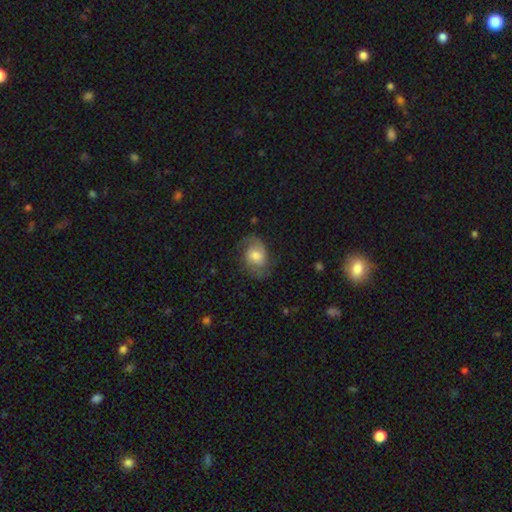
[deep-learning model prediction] A featured or disk galaxy (67%) with no bar (64%), 2 (82%) medium (47%) spiral arms (91%) and a moderate central bulge (57%). Merging: none (70%).